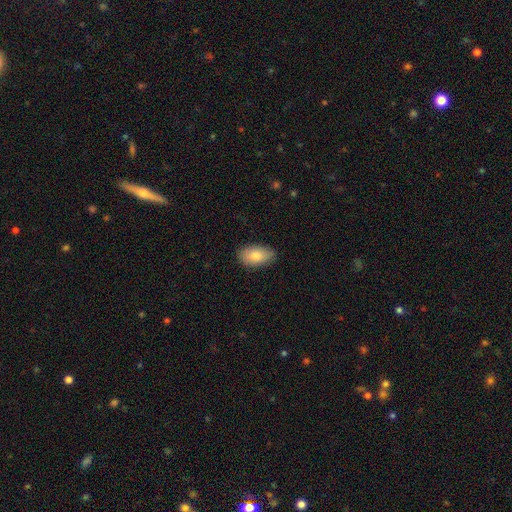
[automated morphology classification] Smooth or featured? Predicted: smooth (p=0.82). How rounded? Predicted: in between (p=0.93). Merging? Predicted: none (p=0.85).